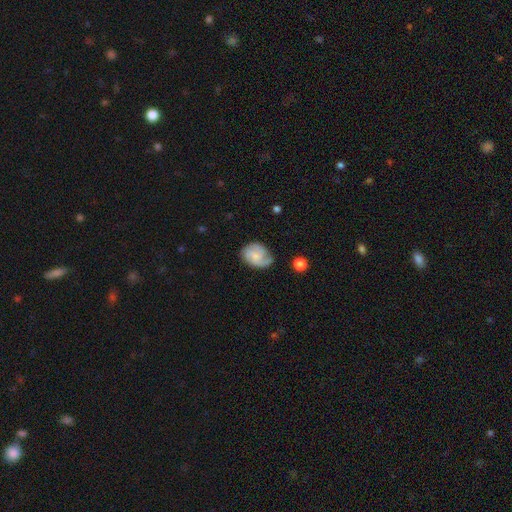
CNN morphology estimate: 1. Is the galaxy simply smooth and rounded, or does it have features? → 53% featured or disk, 40% smooth, 7% star or artifact.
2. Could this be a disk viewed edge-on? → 97% no, 3% yes.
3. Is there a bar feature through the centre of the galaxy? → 69% no, 27% weak, 4% strong.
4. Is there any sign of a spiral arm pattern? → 86% yes, 14% no.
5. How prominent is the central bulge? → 56% small, 23% moderate, 17% none, 2% large, 1% dominant.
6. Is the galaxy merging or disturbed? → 52% none, 31% minor disturbance, 14% major disturbance, 3% merger.